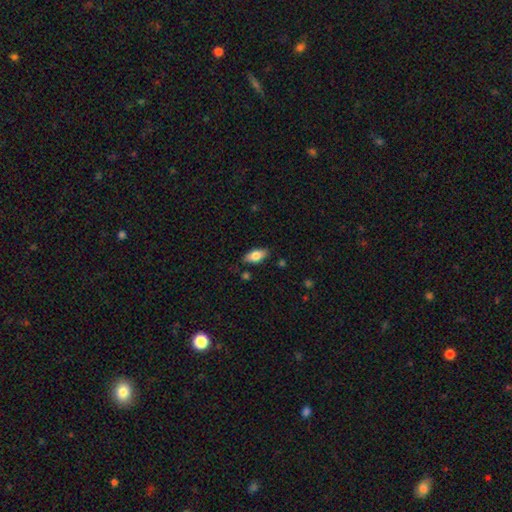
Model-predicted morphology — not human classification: Smooth or featured: smooth — 77% (featured or disk — 16%)
How rounded: in between — 88% (cigar-shaped — 9%)
Merging: none — 82% (minor disturbance — 13%)